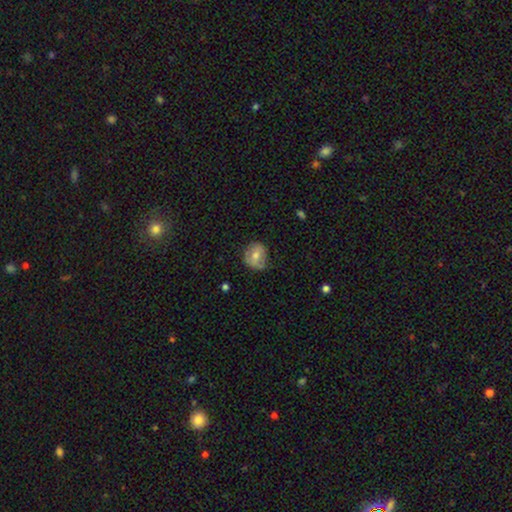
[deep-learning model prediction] smooth_or_featured: smooth (p=0.62) [alt: featured or disk p=0.30]
how_rounded: round (p=0.71) [alt: in between p=0.28]
merging: none (p=0.63) [alt: minor disturbance p=0.29]